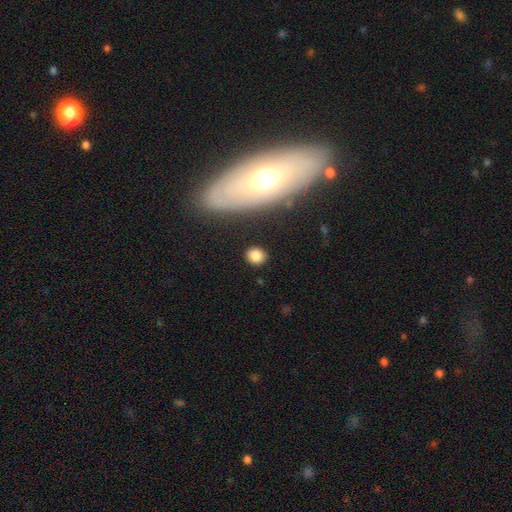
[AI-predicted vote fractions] Smooth or featured? Predicted: smooth (p=0.83). How rounded? Predicted: round (p=0.73). Merging? Predicted: none (p=0.88).